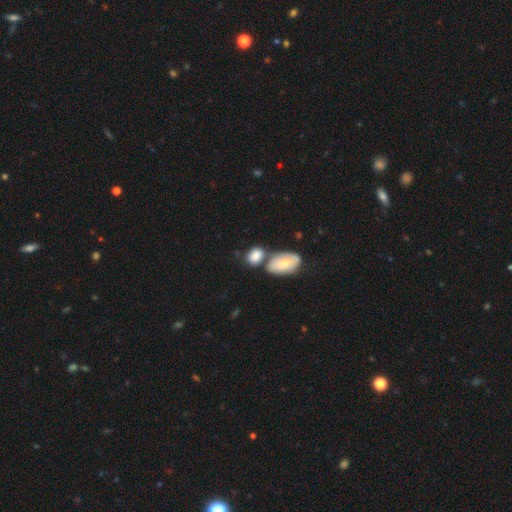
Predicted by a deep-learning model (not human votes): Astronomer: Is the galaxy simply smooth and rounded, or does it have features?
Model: smooth — 79%.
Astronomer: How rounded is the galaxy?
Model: in between — 70%.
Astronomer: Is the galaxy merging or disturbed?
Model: none — 42% (runner-up: merger, 36%).